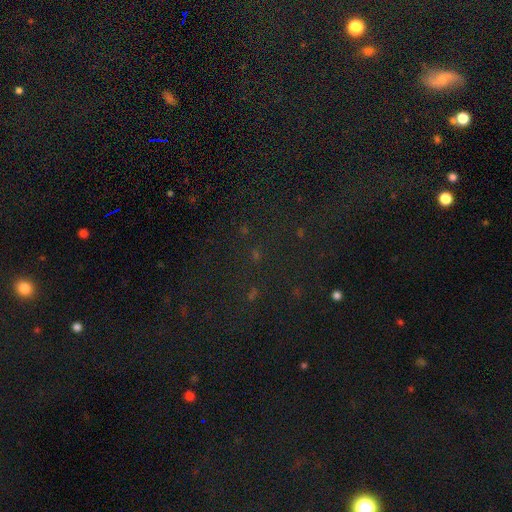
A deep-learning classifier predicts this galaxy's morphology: star or artifact 74%, smooth 16%, featured or disk 10%.